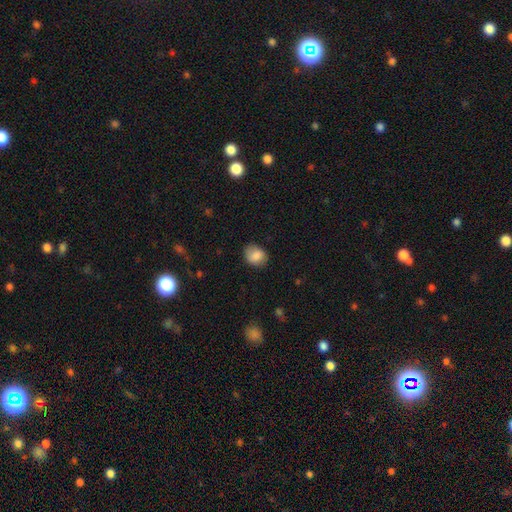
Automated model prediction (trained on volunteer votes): Smooth or featured? Predicted: smooth (p=0.84). How rounded? Predicted: round (p=0.52). Merging? Predicted: none (p=0.74).